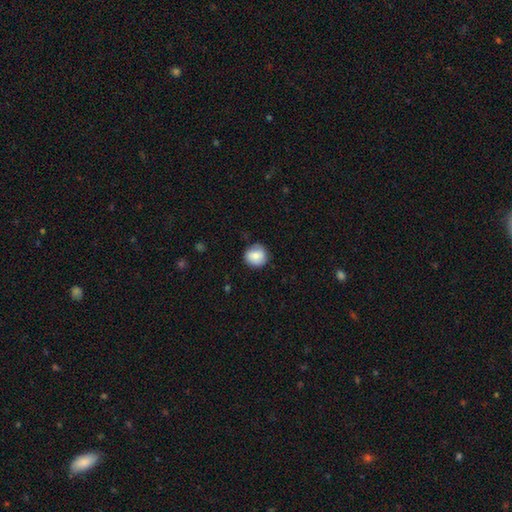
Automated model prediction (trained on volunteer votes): Q: Smooth or featured?
A: smooth (79%); runner-up: featured or disk (13%)
Q: How rounded?
A: round (91%); runner-up: in between (8%)
Q: Merging?
A: none (81%); runner-up: minor disturbance (15%)